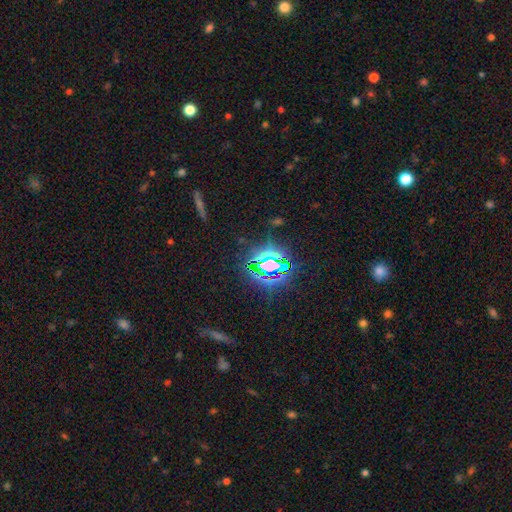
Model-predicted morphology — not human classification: Q: Smooth or featured?
A: star or artifact (75%); runner-up: smooth (14%)